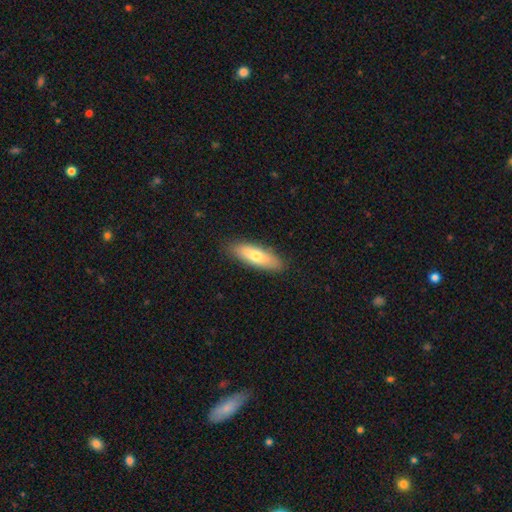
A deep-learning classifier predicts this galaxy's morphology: A smooth galaxy with no disk features (68%) that is cigar-shaped (50%).

Vote fractions:
- Smooth or featured? smooth: 68% / featured or disk: 26% / star or artifact: 6%
- How rounded? cigar-shaped: 50% / in between: 47% / round: 2%
- Merging? none: 88% / minor disturbance: 9% / major disturbance: 2% / merger: 1%